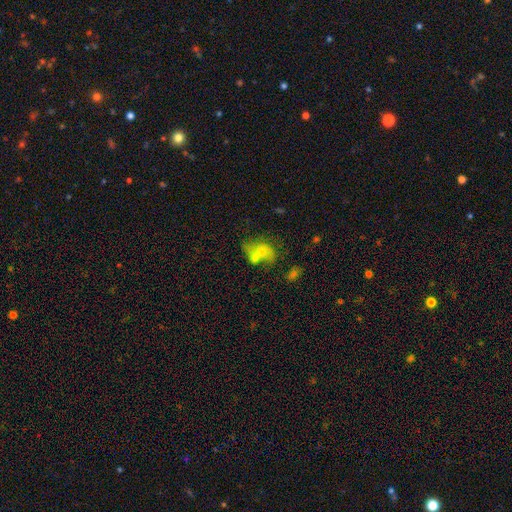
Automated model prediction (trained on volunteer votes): Smooth or featured: smooth — 55% (featured or disk — 30%)
How rounded: in between — 71% (round — 27%)
Merging: merger — 41% (none — 29%)